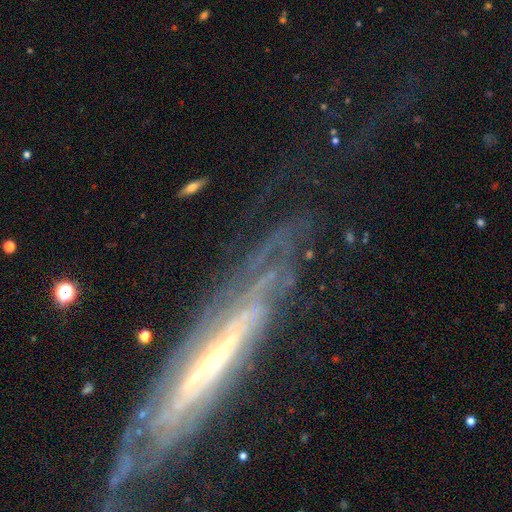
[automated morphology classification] This is clearly a featured or disk galaxy (80%). It is possibly not viewed edge-on (56%). Merging: likely none (65%).